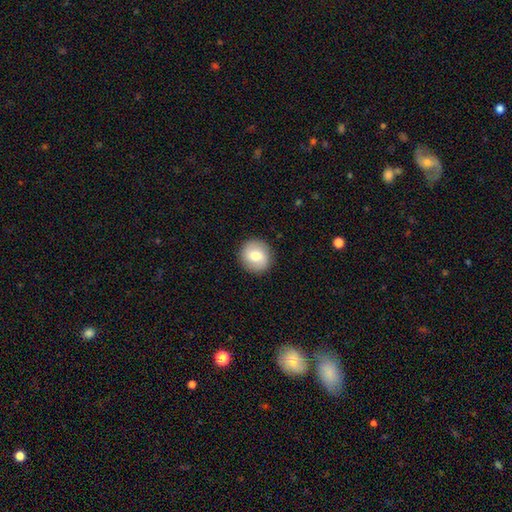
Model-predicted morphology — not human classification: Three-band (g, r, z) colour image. It shows a smooth galaxy with no disk features (68%) that is round (90%). Merging: none (90%).